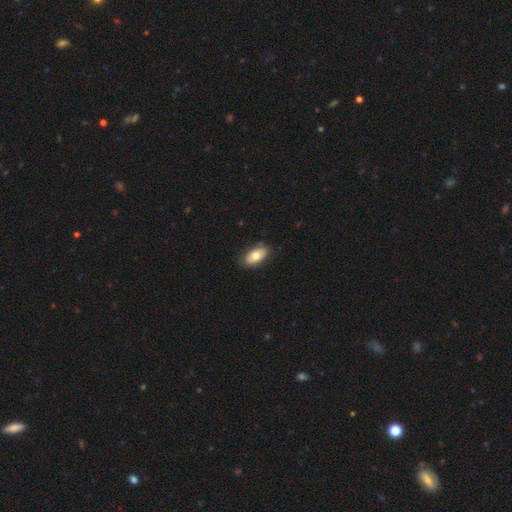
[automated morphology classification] Smooth or featured: smooth — 73% (featured or disk — 21%)
How rounded: in between — 92% (round — 4%)
Merging: none — 83% (minor disturbance — 13%)